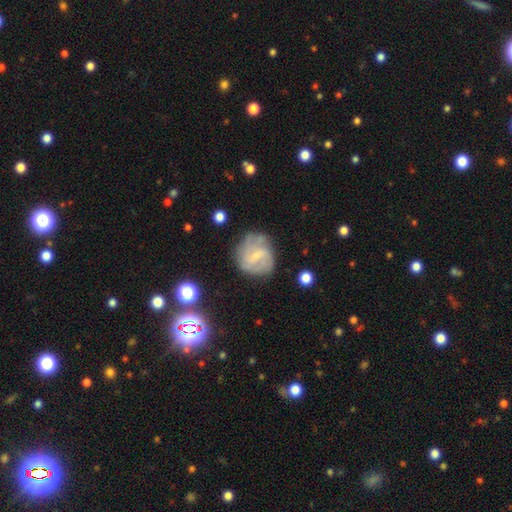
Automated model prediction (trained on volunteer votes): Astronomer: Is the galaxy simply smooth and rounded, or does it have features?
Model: featured or disk — 67%.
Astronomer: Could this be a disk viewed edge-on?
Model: no — 97%.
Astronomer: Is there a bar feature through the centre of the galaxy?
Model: weak — 56%.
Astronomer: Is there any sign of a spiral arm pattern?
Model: yes — 84%.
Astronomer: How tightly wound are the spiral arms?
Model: medium — 43% (runner-up: tight, 33%).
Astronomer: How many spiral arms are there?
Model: can't tell — 35% (runner-up: 2, 33%).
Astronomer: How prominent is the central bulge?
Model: small — 64%.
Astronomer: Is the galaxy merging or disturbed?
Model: none — 68%.